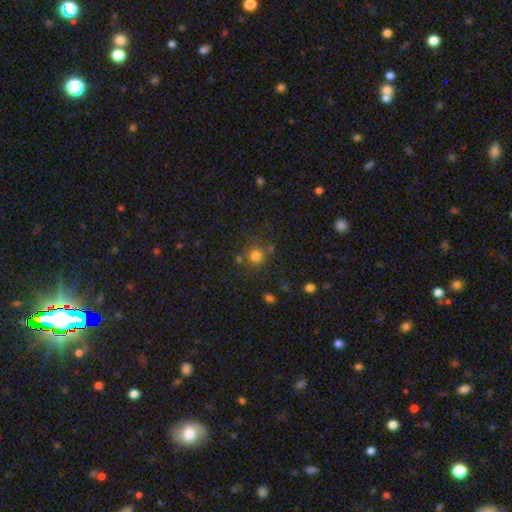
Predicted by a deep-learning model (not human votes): Smooth or featured? Predicted: smooth (p=0.78). How rounded? Predicted: round (p=0.91). Merging? Predicted: none (p=0.73).